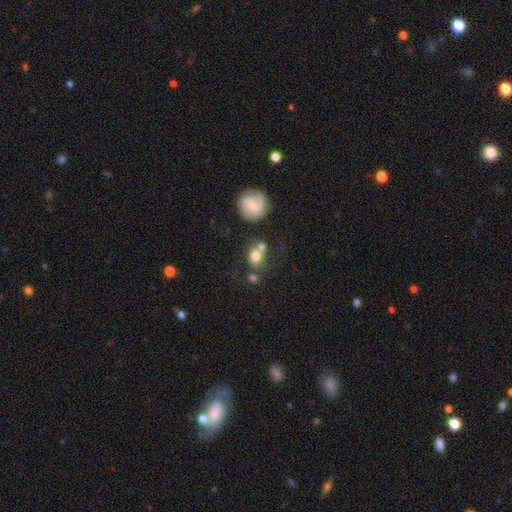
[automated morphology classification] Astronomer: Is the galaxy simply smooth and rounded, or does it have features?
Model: smooth — 72%.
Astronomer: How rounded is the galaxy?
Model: round — 62%.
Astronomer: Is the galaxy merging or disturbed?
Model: none — 43% (runner-up: merger, 37%).